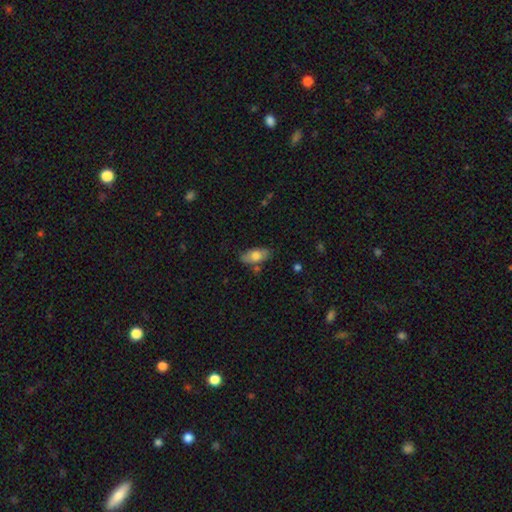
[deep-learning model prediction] smooth_or_featured: smooth (p=0.72) [alt: featured or disk p=0.21]
how_rounded: in between (p=0.88) [alt: cigar-shaped p=0.08]
merging: none (p=0.72) [alt: minor disturbance p=0.18]